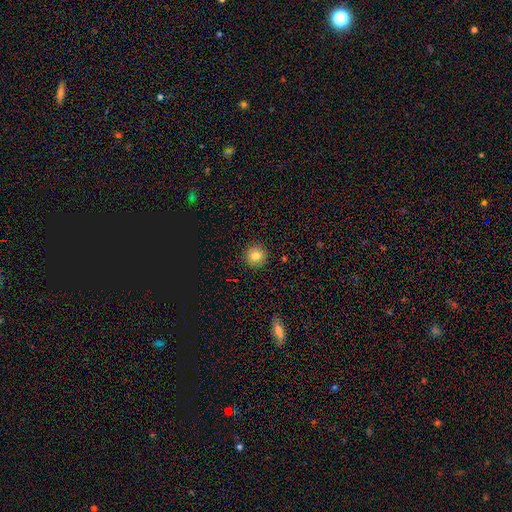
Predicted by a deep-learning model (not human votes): smooth-or-featured: smooth: 81% | star or artifact: 11% | featured or disk: 8%
  how-rounded: round: 95% | in between: 4% | cigar-shaped: 1%
  merging: none: 93% | minor disturbance: 5% | major disturbance: 2% | merger: 1%